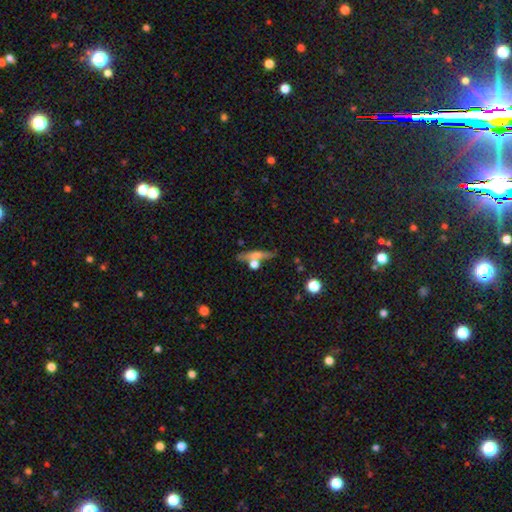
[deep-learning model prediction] smooth-or-featured: smooth: 47% | featured or disk: 44% | star or artifact: 9%
  merging: none: 64% | merger: 18% | minor disturbance: 12% | major disturbance: 5%